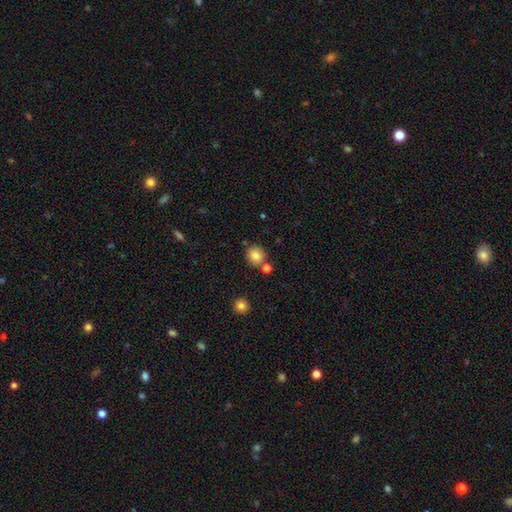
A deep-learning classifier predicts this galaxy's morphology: The model was most divided on "merging": none: 77%, merger: 12%, minor disturbance: 9%, major disturbance: 3%. More confident: how rounded — round (89%); smooth or featured — smooth (83%).